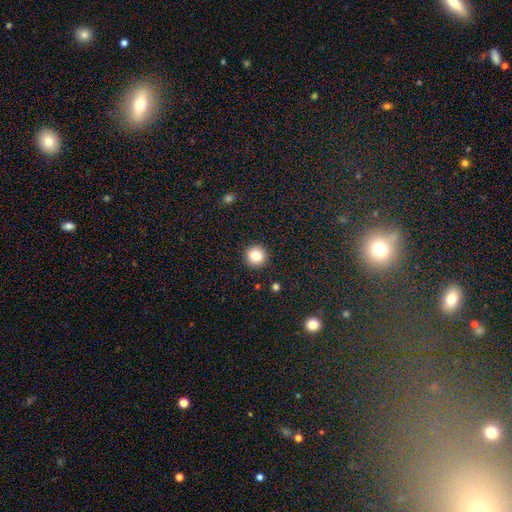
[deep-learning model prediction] The model was most divided on "smooth or featured": smooth: 82%, star or artifact: 11%, featured or disk: 7%. More confident: how rounded — round (96%); merging — none (92%).